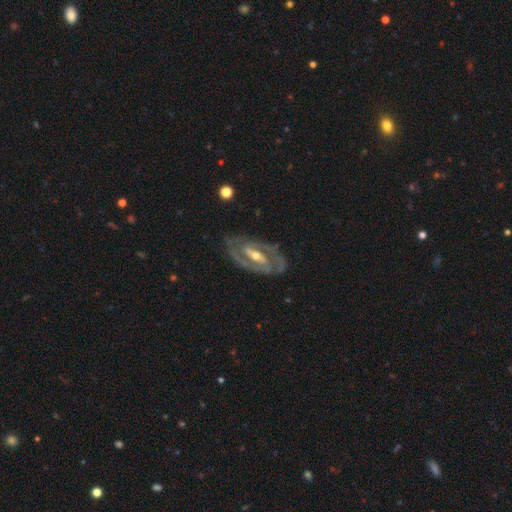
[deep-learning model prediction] Smooth or featured? featured or disk (90%)
Edge-on disk? no (95%)
Bar? strong (50%)
Spiral arms? yes (94%)
Spiral winding? tight (48%)
Spiral arm count? 2 (87%)
Bulge size? moderate (59%)
Merging? none (78%)